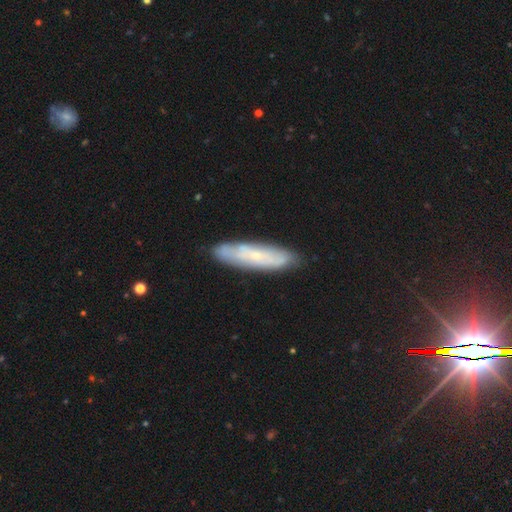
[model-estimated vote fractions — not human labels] Smooth or featured?
  - featured or disk: 55% *
  - smooth: 38%
  - star or artifact: 7%
Edge-on disk?
  - no: 62% *
  - yes: 38%
Merging?
  - none: 84% *
  - minor disturbance: 12%
  - major disturbance: 2%
  - merger: 2%